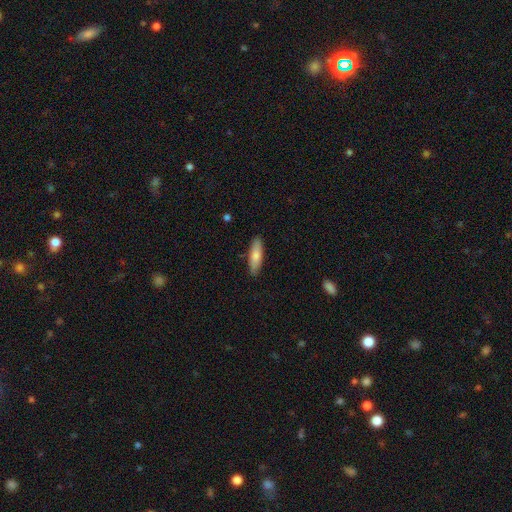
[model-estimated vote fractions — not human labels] A smooth galaxy with no disk features (79%) that is cigar-shaped (51%). Merging: none (87%).